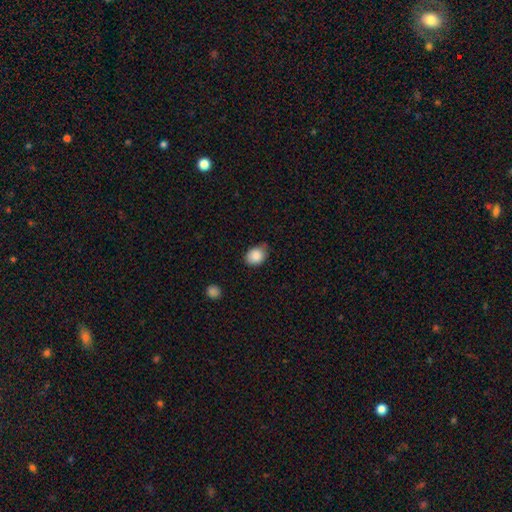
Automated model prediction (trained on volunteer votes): Smooth or featured: smooth — 87% (star or artifact — 8%)
How rounded: in between — 55% (round — 44%)
Merging: none — 68% (minor disturbance — 27%)